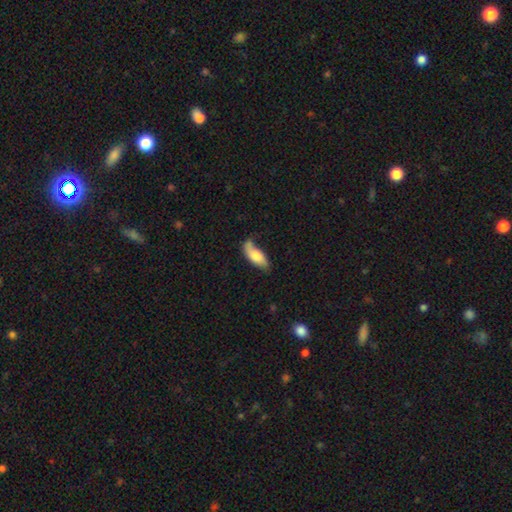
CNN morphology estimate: smooth 66%, featured or disk 28%, star or artifact 6%. Down the decision tree: how rounded — in between (77%); merging — none (51%).